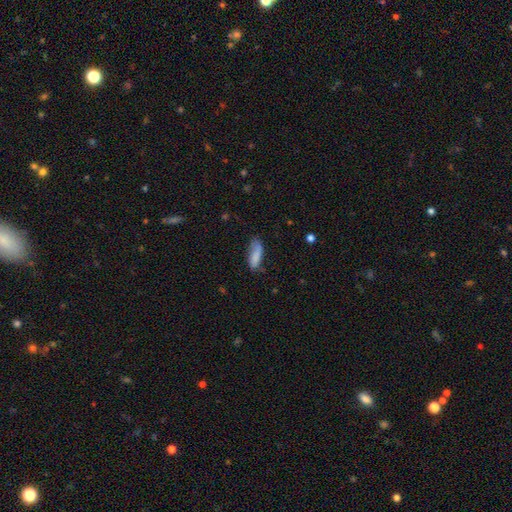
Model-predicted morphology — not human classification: This appears to be a smooth galaxy with no disk features (80%) that is in between round and cigar-shaped (64%). Merging: none (48%).